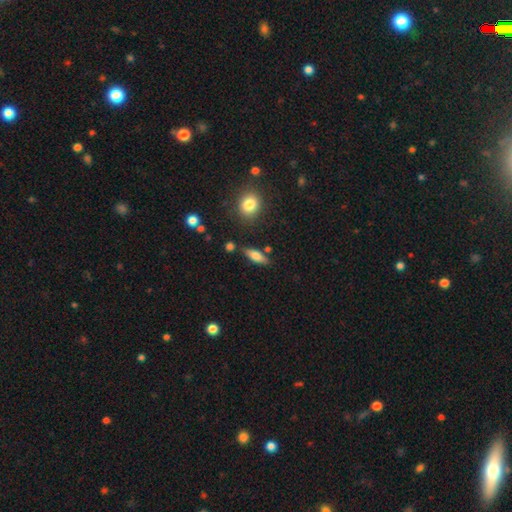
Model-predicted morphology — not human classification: Overall: smooth (70%). How rounded: in between (59%; cigar-shaped 38%). Merging: none (78%).